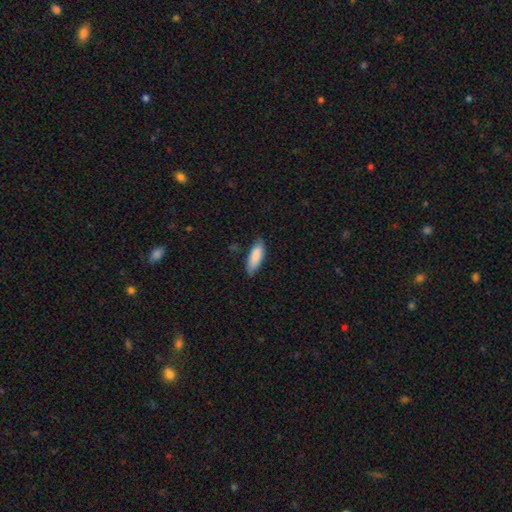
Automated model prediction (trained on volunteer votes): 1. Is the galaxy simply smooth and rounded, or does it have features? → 86% smooth, 8% featured or disk, 6% star or artifact.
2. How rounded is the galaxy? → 60% in between, 38% cigar-shaped, 2% round.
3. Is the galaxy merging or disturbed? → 78% none, 18% minor disturbance, 3% major disturbance, 1% merger.